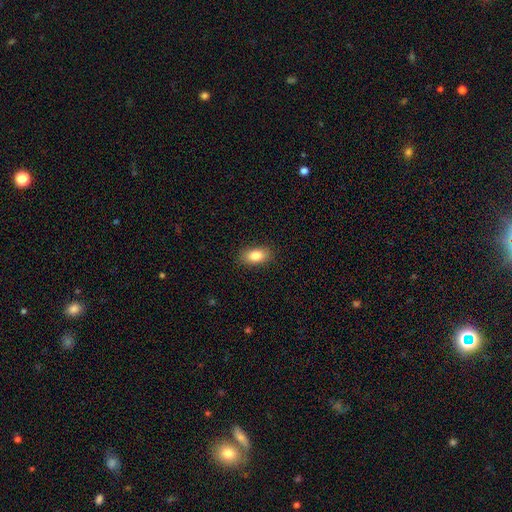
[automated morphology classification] Smooth or featured? Predicted: smooth (p=0.84). How rounded? Predicted: in between (p=0.90). Merging? Predicted: none (p=0.88).